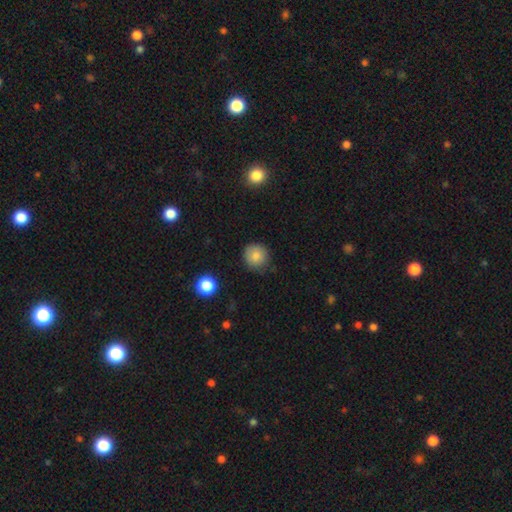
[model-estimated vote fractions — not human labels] This appears to be a smooth galaxy with no disk features (83%) that is round (93%). Merging: none (84%).